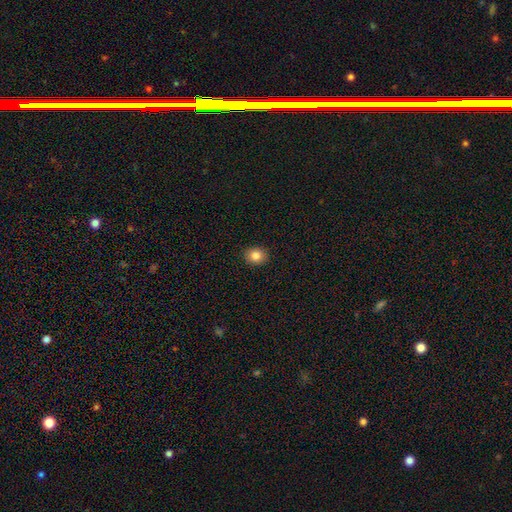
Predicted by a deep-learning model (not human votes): Smooth or featured: smooth — 83% (star or artifact — 11%)
How rounded: round — 70% (in between — 29%)
Merging: none — 91% (minor disturbance — 6%)